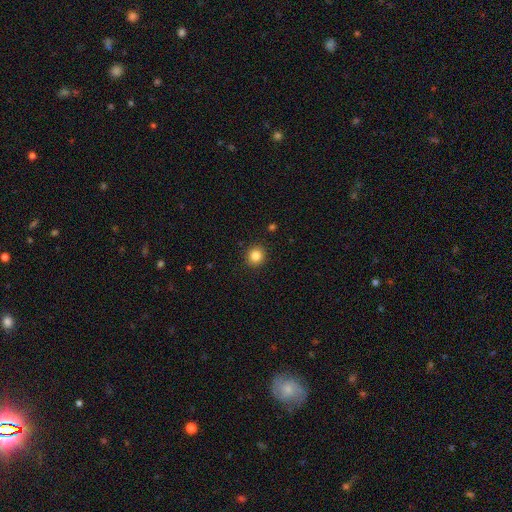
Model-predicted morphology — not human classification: smooth_or_featured: smooth (p=0.84) [alt: star or artifact p=0.11]
how_rounded: round (p=0.91) [alt: in between p=0.08]
merging: none (p=0.92) [alt: minor disturbance p=0.05]